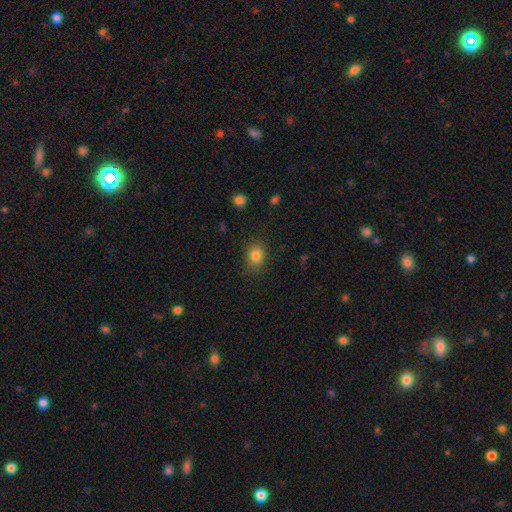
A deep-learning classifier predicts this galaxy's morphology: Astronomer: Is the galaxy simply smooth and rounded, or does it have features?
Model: smooth — 83%.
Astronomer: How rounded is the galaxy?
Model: round — 55% (runner-up: in between, 44%).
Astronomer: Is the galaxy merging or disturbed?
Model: none — 84%.